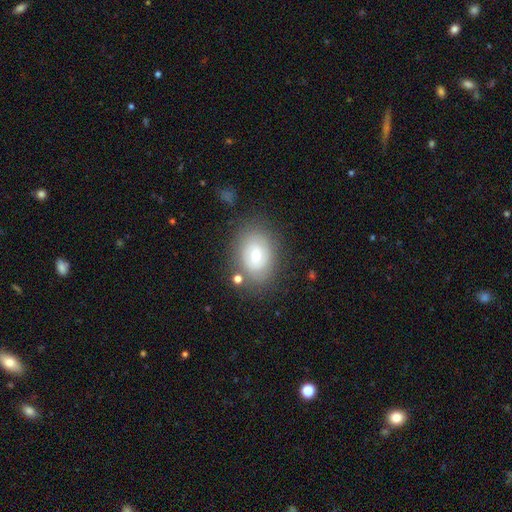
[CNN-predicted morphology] smooth_or_featured: smooth (p=0.50) [alt: featured or disk p=0.40]
how_rounded: in between (p=0.61) [alt: round p=0.38]
merging: none (p=0.73) [alt: minor disturbance p=0.16]